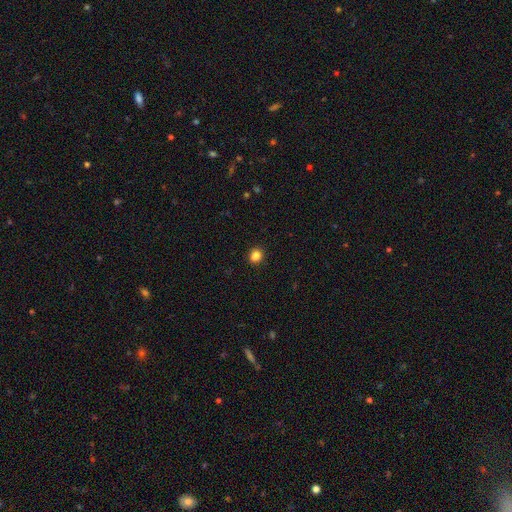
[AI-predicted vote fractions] A smooth galaxy with no disk features (84%) that is round (73%). Merging: none (88%).